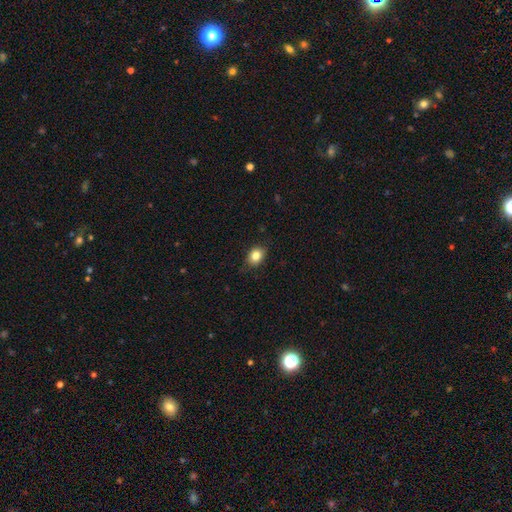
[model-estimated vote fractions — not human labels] Morphology: type=smooth (83%); roundness=in between (58%); merging=none (83%).